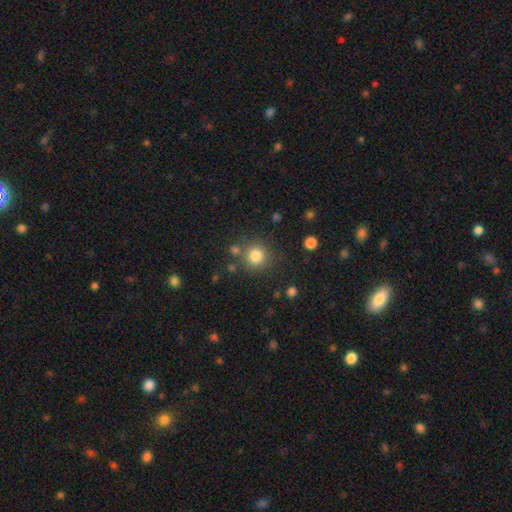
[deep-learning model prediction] Smooth or featured: smooth — 81% (star or artifact — 13%)
How rounded: round — 93% (in between — 6%)
Merging: none — 80% (minor disturbance — 9%)